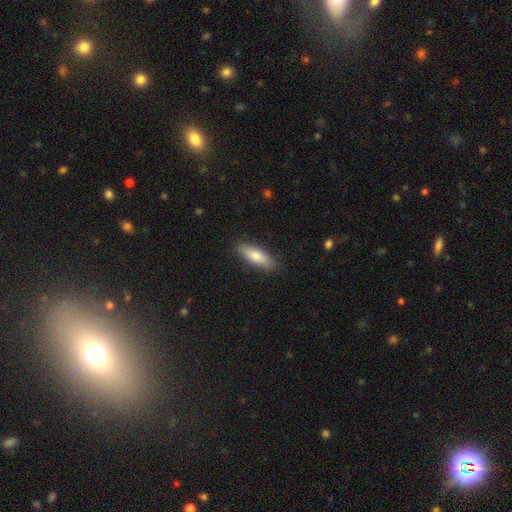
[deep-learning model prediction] smooth_or_featured: smooth (p=0.78) [alt: featured or disk p=0.16]
how_rounded: in between (p=0.57) [alt: cigar-shaped p=0.41]
merging: none (p=0.87) [alt: minor disturbance p=0.10]